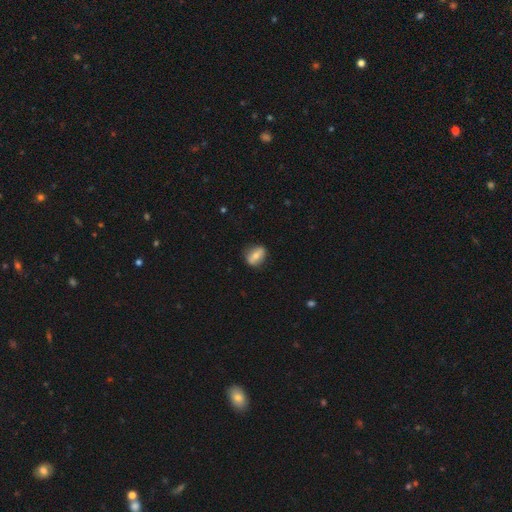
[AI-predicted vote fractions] smooth 55%, featured or disk 38%, star or artifact 8%. Down the decision tree: how rounded — in between (67%); merging — none (80%).